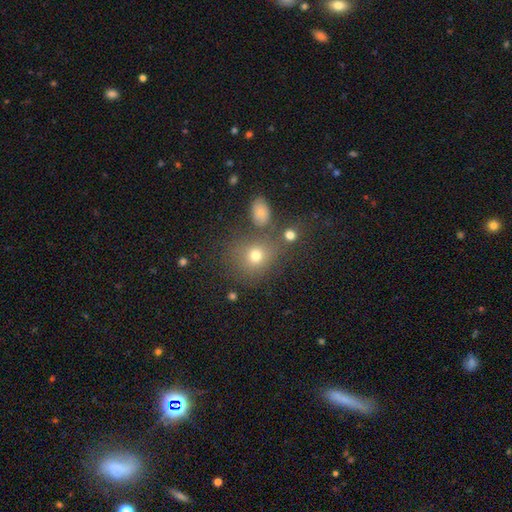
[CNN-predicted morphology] Smooth or featured? smooth (73%)
How rounded? round (71%)
Merging? none (65%)